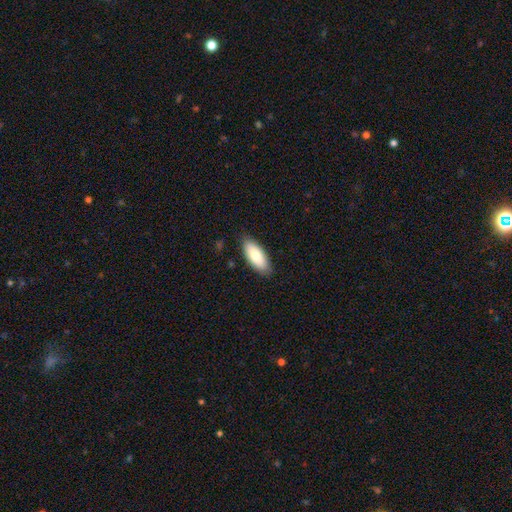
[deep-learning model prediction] This is likely a smooth galaxy (80%). How rounded: clearly in between (84%). Merging: clearly none (85%).